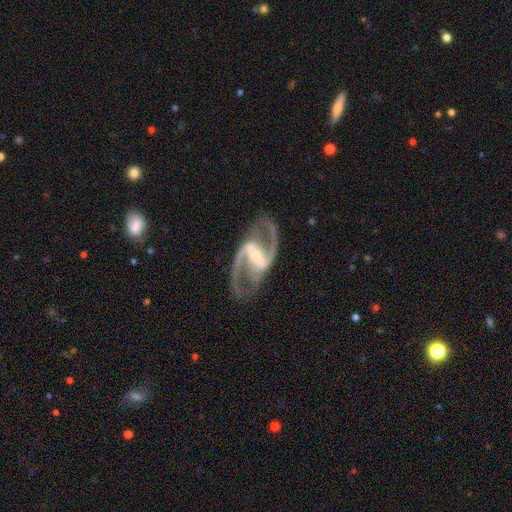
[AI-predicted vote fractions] Smooth or featured?
  - featured or disk: 93% *
  - star or artifact: 4%
  - smooth: 3%
Edge-on disk?
  - no: 97% *
  - yes: 3%
Bar?
  - strong: 72% *
  - weak: 22%
  - no: 6%
Spiral arms?
  - yes: 98% *
  - no: 2%
Spiral winding?
  - medium: 61% *
  - loose: 26%
  - tight: 12%
Spiral arm count?
  - 2: 94% *
  - can't tell: 1%
  - 3: 1%
  - 1: 1%
  - 4: 1%
  - more than 4: 1%
Bulge size?
  - small: 67% *
  - moderate: 26%
  - none: 3%
  - large: 3%
  - dominant: 1%
Merging?
  - none: 83% *
  - minor disturbance: 10%
  - major disturbance: 5%
  - merger: 2%